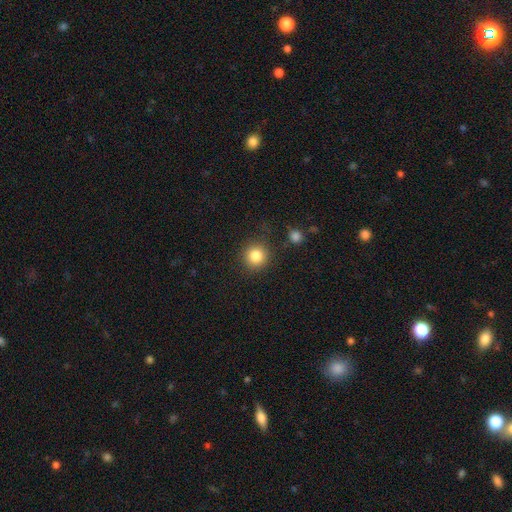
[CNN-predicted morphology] Smooth or featured?
  - smooth: 84% *
  - star or artifact: 11%
  - featured or disk: 6%
How rounded?
  - round: 92% *
  - in between: 7%
  - cigar-shaped: 1%
Merging?
  - none: 85% *
  - minor disturbance: 8%
  - major disturbance: 3%
  - merger: 3%